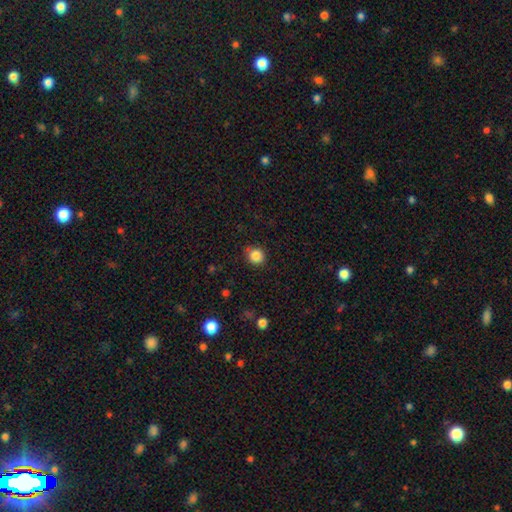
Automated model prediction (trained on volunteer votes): smooth 86%, star or artifact 11%, featured or disk 4%. Down the decision tree: how rounded — round (85%); merging — none (83%).